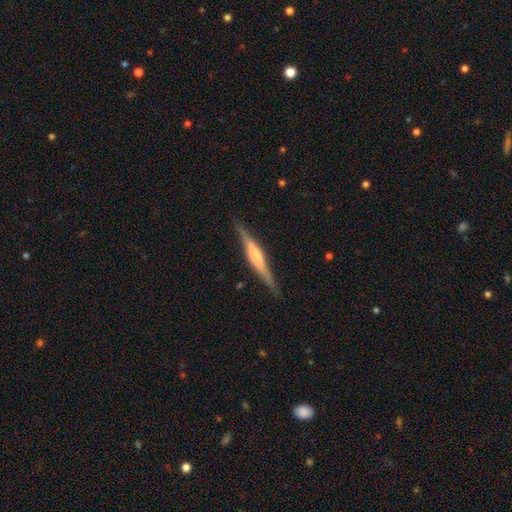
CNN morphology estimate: A featured or disk galaxy (72%) viewed edge-on (97%) with a rounded central bulge (56%). Merging: none (88%).